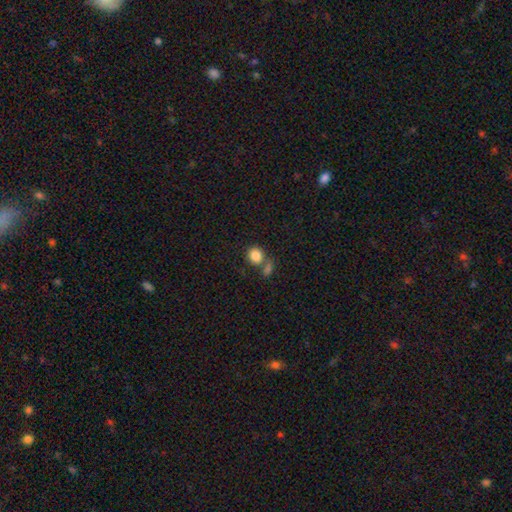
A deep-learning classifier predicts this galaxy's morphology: Smooth or featured? smooth (84%)
How rounded? round (75%)
Merging? none (52%)